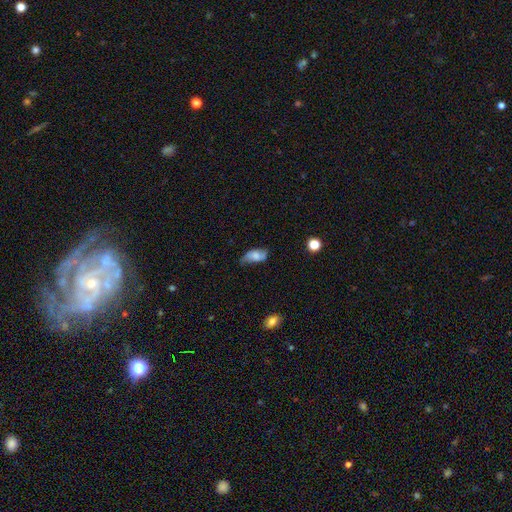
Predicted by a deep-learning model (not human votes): Smooth or featured? smooth (47%)
Merging? none (57%)